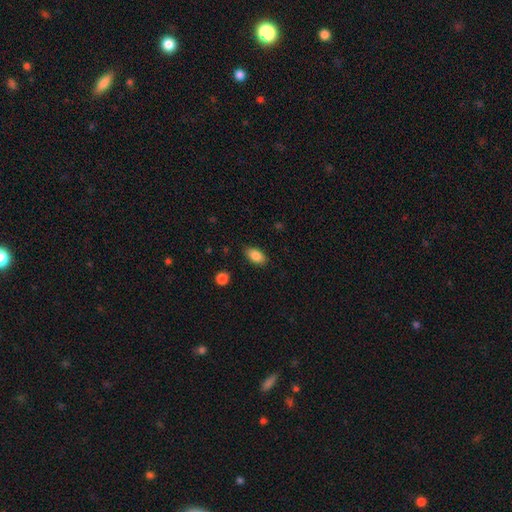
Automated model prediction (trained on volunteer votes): Smooth or featured?
  - smooth: 85% *
  - star or artifact: 8%
  - featured or disk: 7%
How rounded?
  - in between: 91% *
  - round: 6%
  - cigar-shaped: 3%
Merging?
  - none: 85% *
  - minor disturbance: 11%
  - major disturbance: 2%
  - merger: 1%